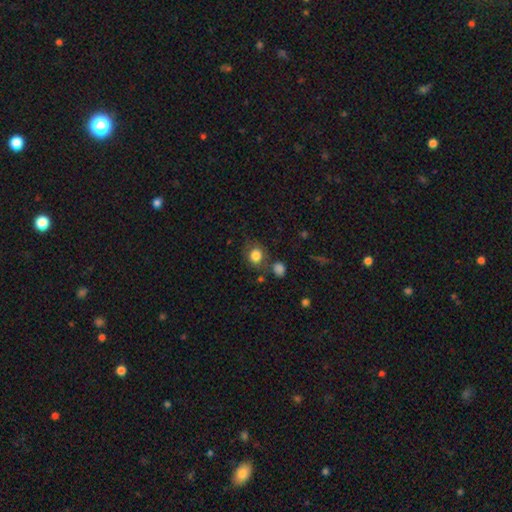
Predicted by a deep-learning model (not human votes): smooth 82%, star or artifact 10%, featured or disk 7%. Down the decision tree: how rounded — round (69%); merging — none (68%).